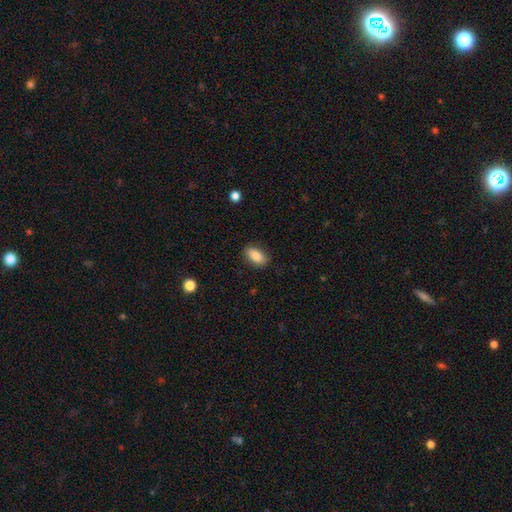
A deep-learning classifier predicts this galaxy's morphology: Q: Smooth or featured?
A: smooth (85%); runner-up: featured or disk (8%)
Q: How rounded?
A: in between (90%); runner-up: cigar-shaped (5%)
Q: Merging?
A: none (86%); runner-up: minor disturbance (10%)